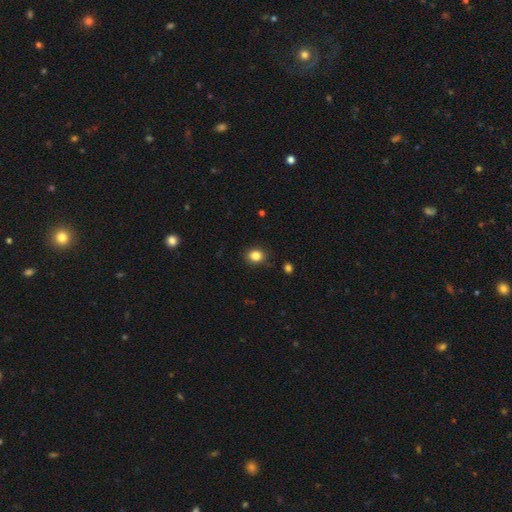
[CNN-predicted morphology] A smooth galaxy with no disk features (84%) that is round (63%).

Vote fractions:
- Smooth or featured? smooth: 84% / star or artifact: 11% / featured or disk: 5%
- How rounded? round: 63% / in between: 36% / cigar-shaped: 1%
- Merging? none: 86% / minor disturbance: 10% / major disturbance: 2% / merger: 1%